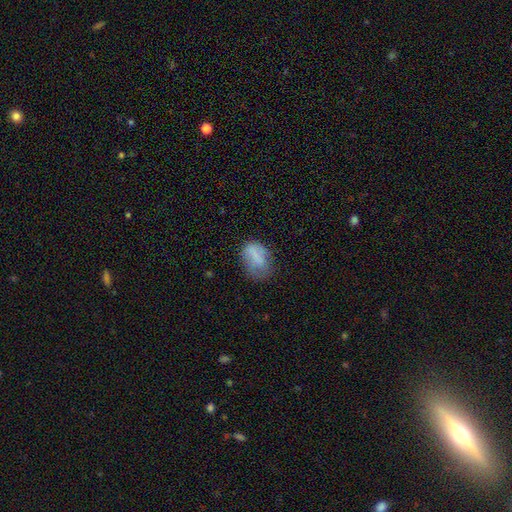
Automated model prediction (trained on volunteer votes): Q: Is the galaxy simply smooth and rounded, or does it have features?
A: smooth — 73%.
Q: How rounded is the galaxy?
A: in between — 80%.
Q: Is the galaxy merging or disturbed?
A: none — 49%.